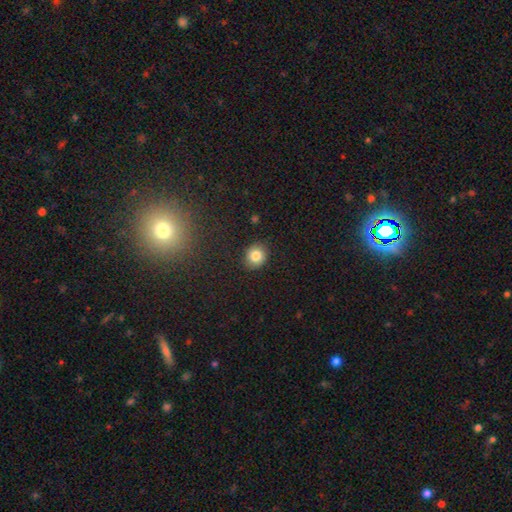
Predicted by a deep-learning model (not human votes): The model was most divided on "how rounded": round: 74%, in between: 25%, cigar-shaped: 1%. More confident: merging — none (86%); smooth or featured — smooth (82%).